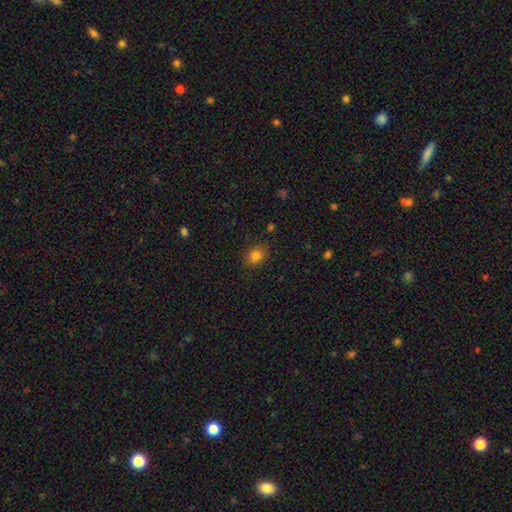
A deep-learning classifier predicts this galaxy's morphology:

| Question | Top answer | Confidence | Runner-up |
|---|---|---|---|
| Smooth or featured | smooth | 81% | star or artifact (13%) |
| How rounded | round | 58% | in between (41%) |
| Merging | none | 88% | minor disturbance (9%) |